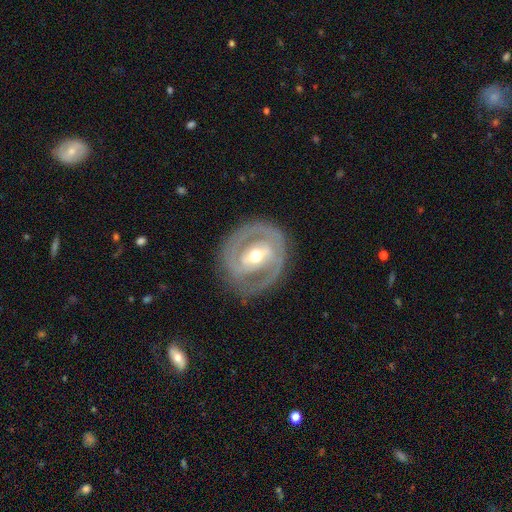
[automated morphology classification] featured or disk 82%, smooth 13%, star or artifact 5%. Down the decision tree: edge-on disk — no (95%); bar — strong (42%); spiral arms — yes (76%); spiral arm count — 2 (72%); spiral winding — tight (55%); bulge size — moderate (68%); merging — none (79%).